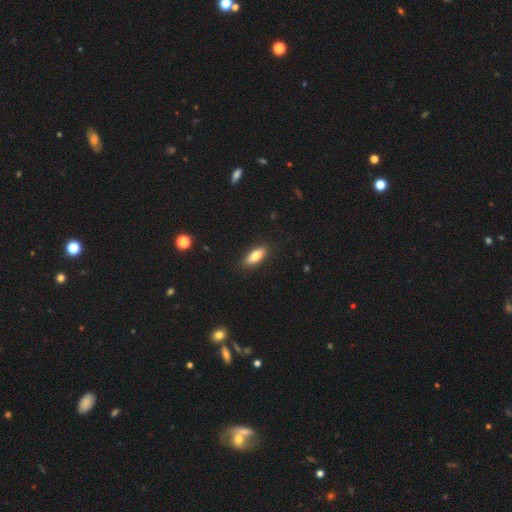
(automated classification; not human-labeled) Smooth or featured? smooth (77%)
How rounded? in between (73%)
Merging? none (89%)